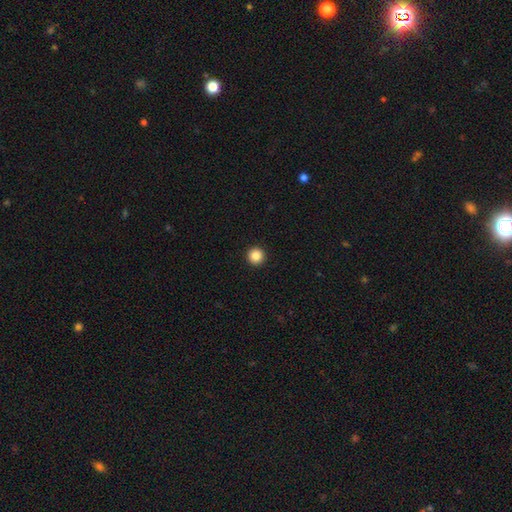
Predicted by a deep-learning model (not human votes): smooth-or-featured: smooth: 86% | star or artifact: 10% | featured or disk: 4%
  how-rounded: round: 96% | in between: 3% | cigar-shaped: 1%
  merging: none: 94% | minor disturbance: 3% | major disturbance: 1% | merger: 1%